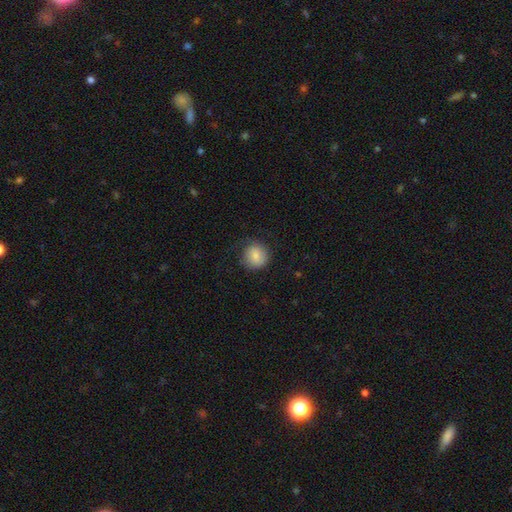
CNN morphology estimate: A smooth galaxy with no disk features (83%) that is round (89%). Merging: none (79%).